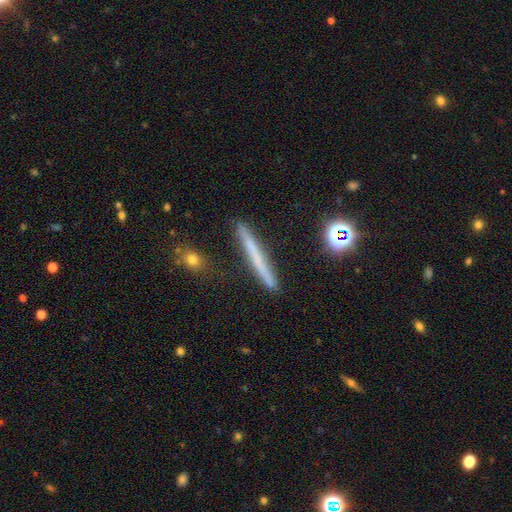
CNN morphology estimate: Smooth or featured? Predicted: smooth (p=0.50). How rounded? Predicted: cigar-shaped (p=0.96). Merging? Predicted: none (p=0.90).